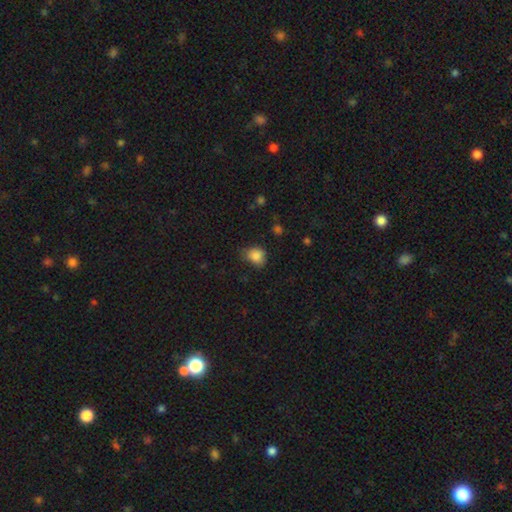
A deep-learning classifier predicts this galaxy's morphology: smooth 84%, star or artifact 10%, featured or disk 5%. Down the decision tree: how rounded — round (60%); merging — none (57%).